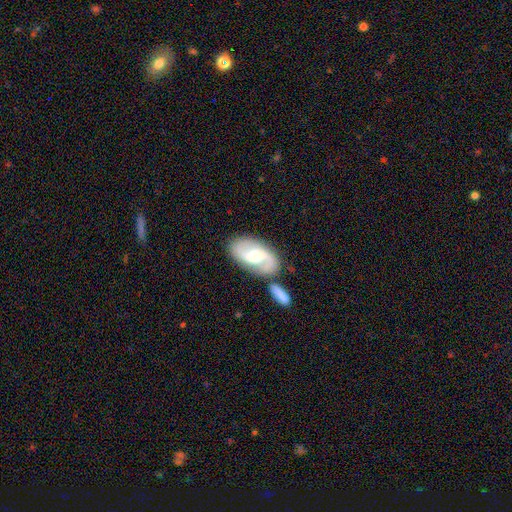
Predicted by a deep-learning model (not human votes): Smooth or featured?
  - featured or disk: 76% *
  - smooth: 19%
  - star or artifact: 6%
Edge-on disk?
  - no: 95% *
  - yes: 5%
Bar?
  - weak: 47% *
  - no: 36%
  - strong: 17%
Spiral arms?
  - yes: 93% *
  - no: 7%
Spiral winding?
  - medium: 45% *
  - loose: 40%
  - tight: 15%
Spiral arm count?
  - 2: 89% *
  - can't tell: 5%
  - 1: 2%
  - 3: 1%
  - 4: 1%
  - more than 4: 1%
Bulge size?
  - moderate: 64% *
  - small: 27%
  - large: 6%
  - none: 2%
  - dominant: 1%
Merging?
  - none: 64% *
  - merger: 17%
  - minor disturbance: 14%
  - major disturbance: 5%